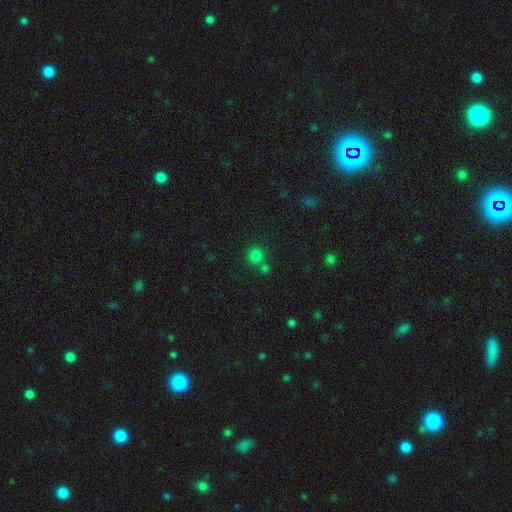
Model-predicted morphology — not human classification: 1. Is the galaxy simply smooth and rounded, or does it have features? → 79% smooth, 16% star or artifact, 5% featured or disk.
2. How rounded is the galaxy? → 92% round, 7% in between, 1% cigar-shaped.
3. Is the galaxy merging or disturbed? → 66% none, 24% merger, 7% minor disturbance, 3% major disturbance.